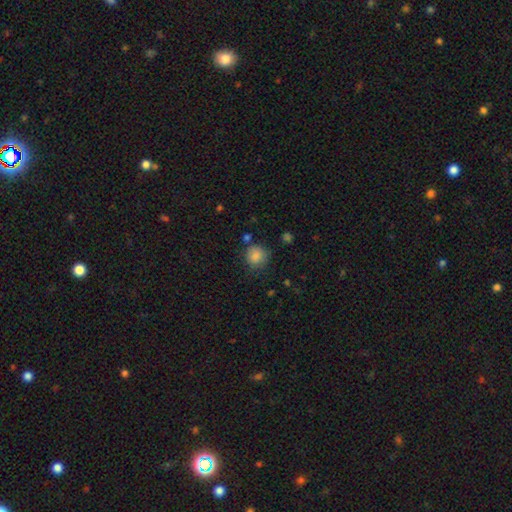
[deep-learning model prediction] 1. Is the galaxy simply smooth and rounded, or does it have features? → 85% smooth, 10% star or artifact, 5% featured or disk.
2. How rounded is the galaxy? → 86% round, 14% in between, 1% cigar-shaped.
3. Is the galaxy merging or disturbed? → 74% none, 17% minor disturbance, 5% major disturbance, 4% merger.